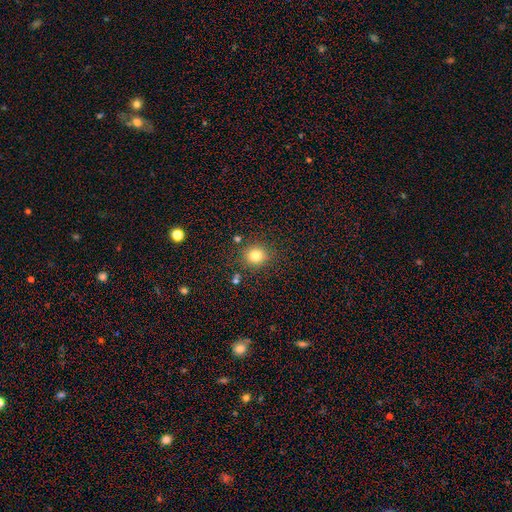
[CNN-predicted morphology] smooth-or-featured: smooth: 80% | star or artifact: 13% | featured or disk: 7%
  how-rounded: round: 84% | in between: 15% | cigar-shaped: 1%
  merging: none: 85% | minor disturbance: 9% | merger: 3% | major disturbance: 3%